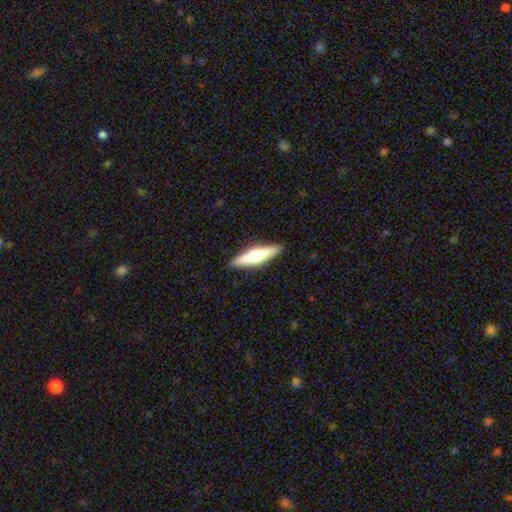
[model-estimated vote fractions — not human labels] Smooth or featured? featured or disk (48%)
Merging? none (90%)